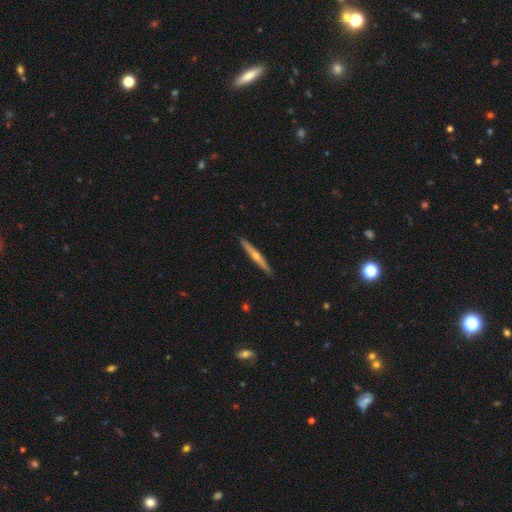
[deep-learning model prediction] This appears to be a featured or disk galaxy (69%) viewed edge-on (97%) with a rounded central bulge (83%). Merging: none (91%).